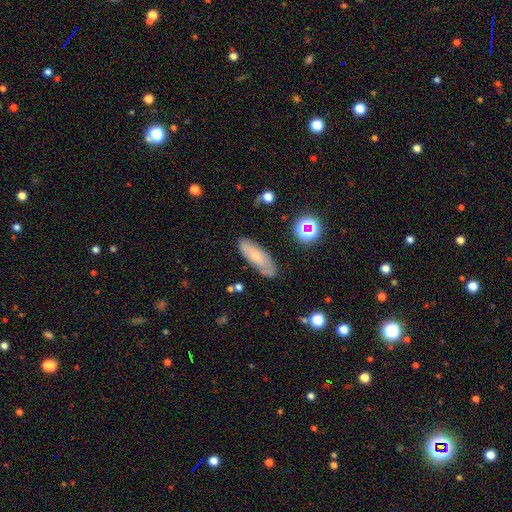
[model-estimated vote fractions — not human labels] Smooth or featured? smooth (53%)
How rounded? in between (61%)
Merging? none (71%)